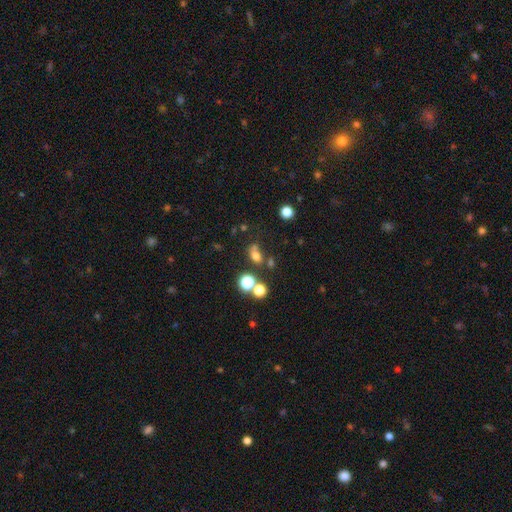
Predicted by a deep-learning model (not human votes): Overall: smooth (67%). How rounded: in between (55%; round 42%). Merging: none (51%; merger 23%).